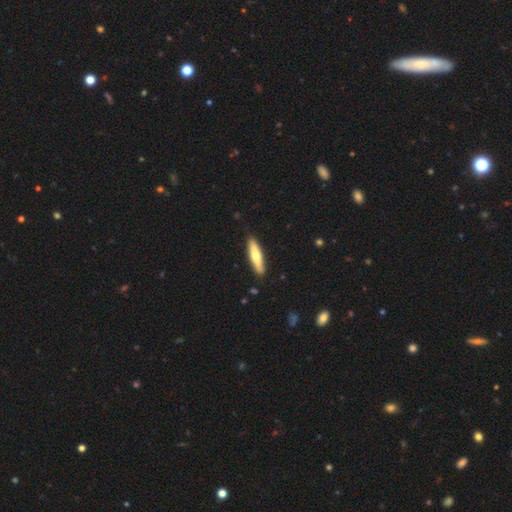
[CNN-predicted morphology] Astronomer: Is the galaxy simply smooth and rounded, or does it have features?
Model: smooth — 59% (runner-up: featured or disk, 37%).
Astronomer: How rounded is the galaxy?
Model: cigar-shaped — 77%.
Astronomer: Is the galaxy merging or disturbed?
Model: none — 88%.